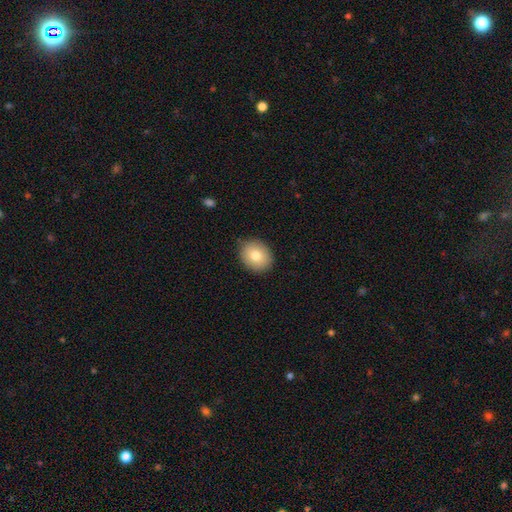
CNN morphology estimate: This is likely a smooth galaxy (79%). How rounded: likely round (65%). Merging: clearly none (86%).